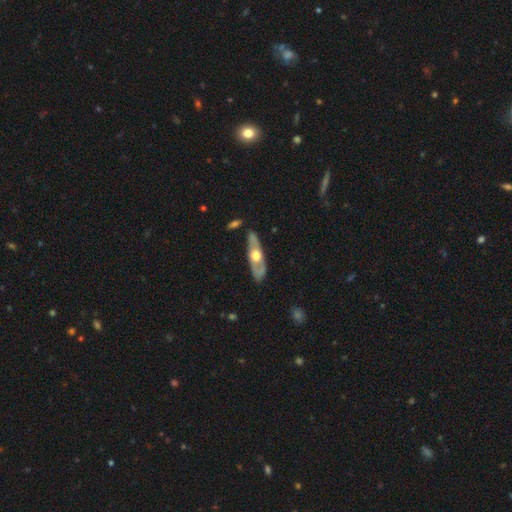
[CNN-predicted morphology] The model was most divided on "edge-on disk" (2-way tie): yes: 50%, no: 50%. More confident: merging — none (80%); smooth or featured — featured or disk (61%).